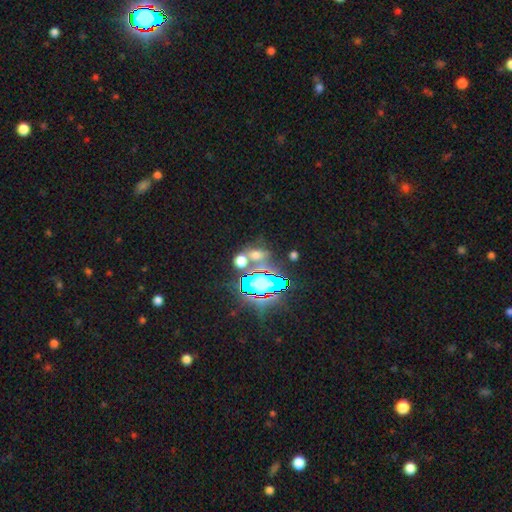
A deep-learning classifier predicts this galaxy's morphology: type=star or artifact (46%).